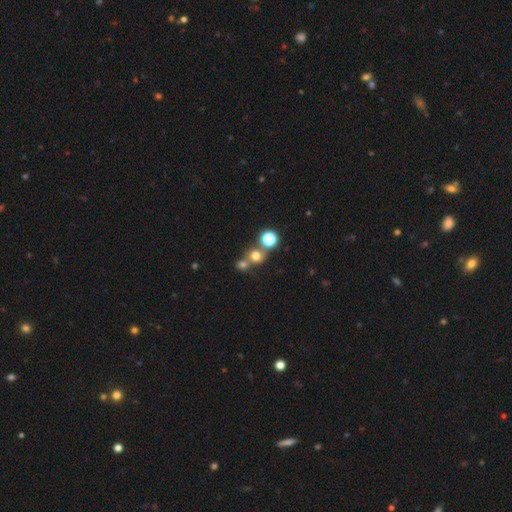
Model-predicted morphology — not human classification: Q: Smooth or featured?
A: smooth (67%); runner-up: star or artifact (22%)
Q: How rounded?
A: round (86%); runner-up: in between (13%)
Q: Merging?
A: none (52%); runner-up: merger (37%)